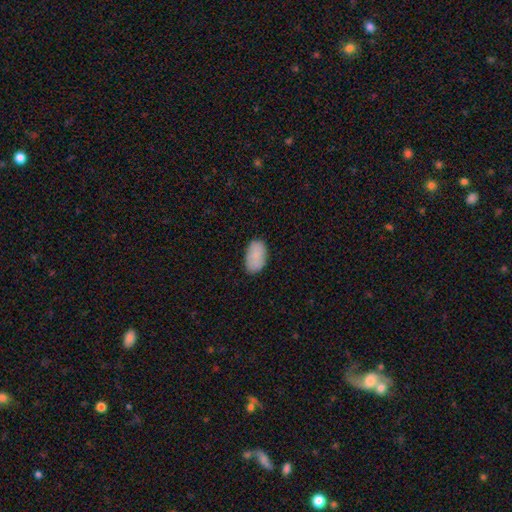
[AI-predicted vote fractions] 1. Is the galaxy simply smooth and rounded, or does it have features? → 87% smooth, 7% star or artifact, 6% featured or disk.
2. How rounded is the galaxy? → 93% in between, 5% round, 1% cigar-shaped.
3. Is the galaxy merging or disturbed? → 82% none, 15% minor disturbance, 3% major disturbance, 1% merger.